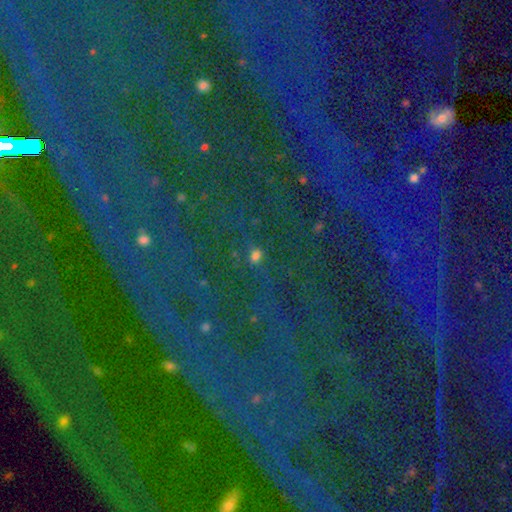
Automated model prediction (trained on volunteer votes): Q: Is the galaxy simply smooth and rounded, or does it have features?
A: star or artifact — 47%.